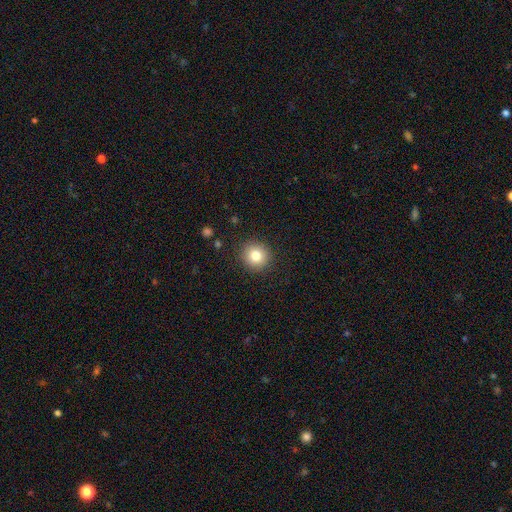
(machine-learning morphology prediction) Smooth or featured: smooth — 81% (star or artifact — 11%)
How rounded: round — 92% (in between — 7%)
Merging: none — 90% (minor disturbance — 7%)